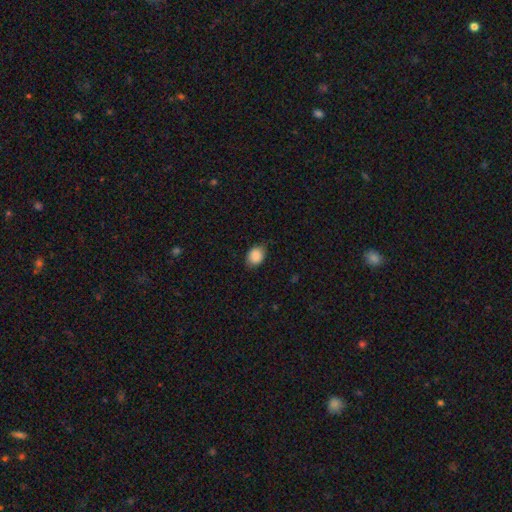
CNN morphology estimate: A smooth galaxy with no disk features (89%) that is in between round and cigar-shaped (62%).

Vote fractions:
- Smooth or featured? smooth: 89% / star or artifact: 8% / featured or disk: 4%
- How rounded? in between: 62% / round: 37% / cigar-shaped: 1%
- Merging? none: 77% / minor disturbance: 18% / major disturbance: 4% / merger: 1%